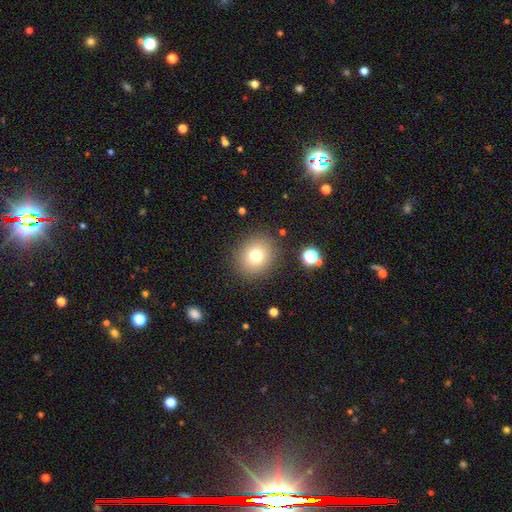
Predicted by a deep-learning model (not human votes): Smooth or featured: smooth — 75% (star or artifact — 14%)
How rounded: round — 78% (in between — 22%)
Merging: none — 87% (minor disturbance — 8%)